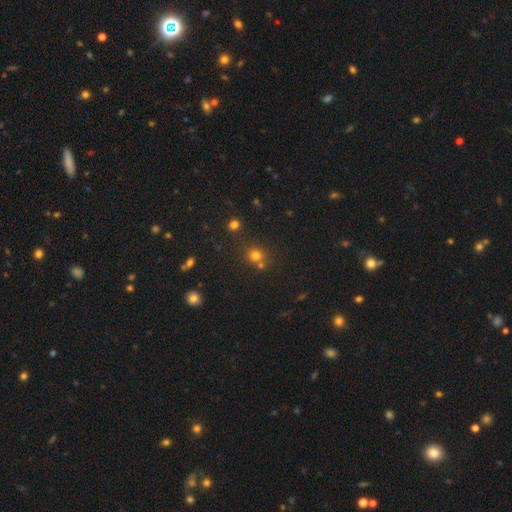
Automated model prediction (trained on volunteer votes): Smooth or featured: smooth — 69% (star or artifact — 23%)
How rounded: round — 87% (in between — 12%)
Merging: none — 68% (merger — 20%)